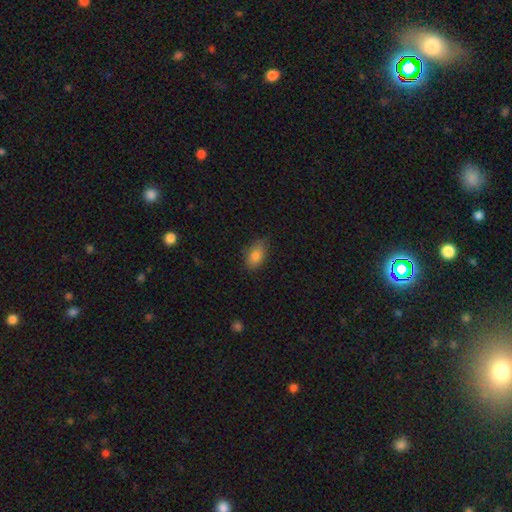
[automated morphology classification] A smooth galaxy with no disk features (84%) that is in between round and cigar-shaped (89%).

Vote fractions:
- Smooth or featured? smooth: 84% / star or artifact: 8% / featured or disk: 7%
- How rounded? in between: 89% / round: 9% / cigar-shaped: 2%
- Merging? none: 76% / minor disturbance: 19% / major disturbance: 4% / merger: 1%